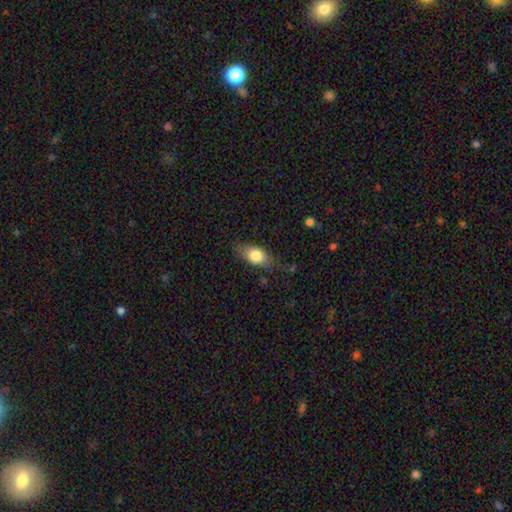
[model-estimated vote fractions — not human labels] Smooth or featured? smooth (77%)
How rounded? in between (82%)
Merging? none (70%)